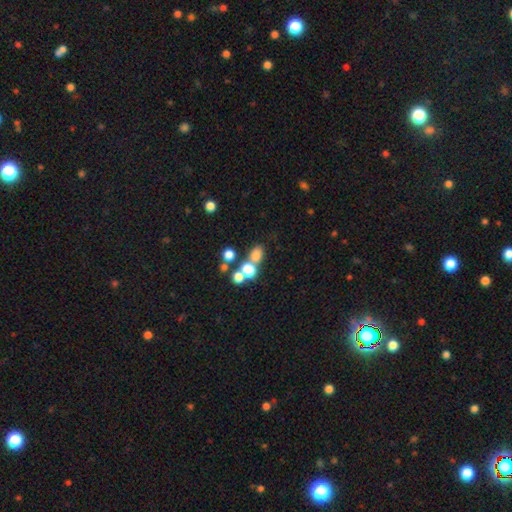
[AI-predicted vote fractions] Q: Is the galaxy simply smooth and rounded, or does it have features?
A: smooth — 70%.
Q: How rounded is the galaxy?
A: round — 54%.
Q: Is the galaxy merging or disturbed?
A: none — 53%.